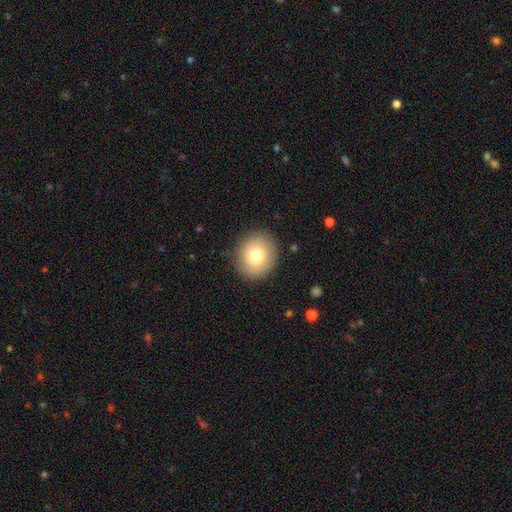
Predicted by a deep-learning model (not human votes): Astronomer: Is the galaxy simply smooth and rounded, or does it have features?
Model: smooth — 77%.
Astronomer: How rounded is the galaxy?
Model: round — 78%.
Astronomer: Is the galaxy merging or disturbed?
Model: none — 87%.